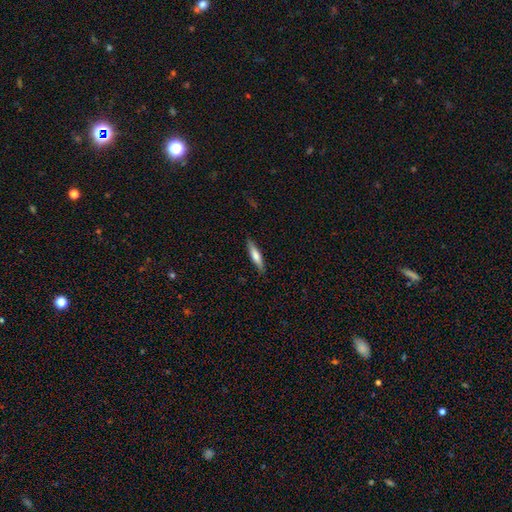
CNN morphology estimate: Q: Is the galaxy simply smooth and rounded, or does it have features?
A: smooth — 67%.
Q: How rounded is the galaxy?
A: cigar-shaped — 80%.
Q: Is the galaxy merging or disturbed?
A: none — 86%.